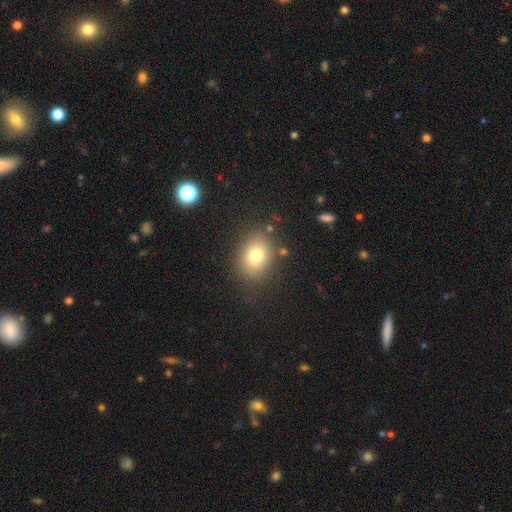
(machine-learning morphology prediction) type=smooth (77%); roundness=in between (63%); merging=none (81%).